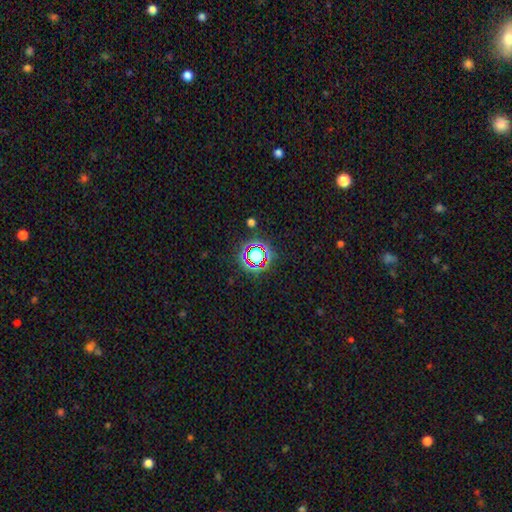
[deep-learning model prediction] A star or artifact, not a galaxy (65%).